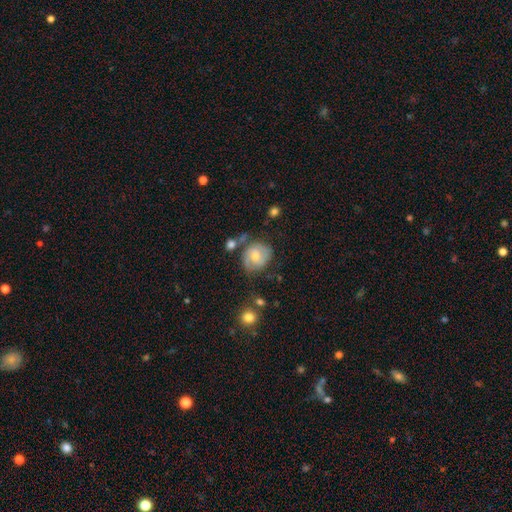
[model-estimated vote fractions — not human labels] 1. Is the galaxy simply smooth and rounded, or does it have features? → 54% featured or disk, 38% smooth, 8% star or artifact.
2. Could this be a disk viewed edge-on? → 97% no, 3% yes.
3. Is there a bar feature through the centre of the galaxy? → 54% no, 39% weak, 7% strong.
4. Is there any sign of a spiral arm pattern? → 83% yes, 17% no.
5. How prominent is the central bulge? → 59% moderate, 34% small, 4% large, 3% none, 1% dominant.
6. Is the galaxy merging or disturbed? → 58% none, 23% minor disturbance, 9% merger, 9% major disturbance.